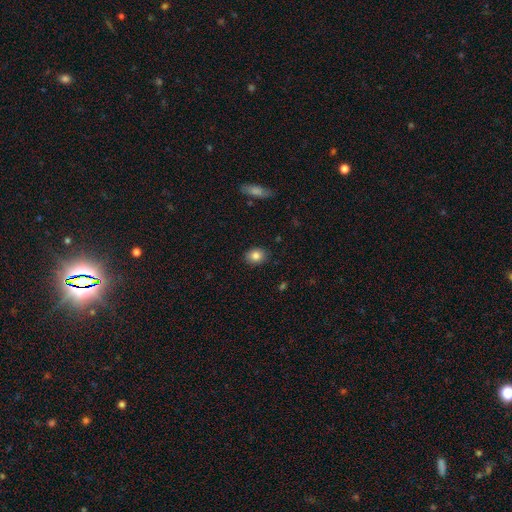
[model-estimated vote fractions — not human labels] Morphology: type=smooth (84%); roundness=in between (53%); merging=none (88%).